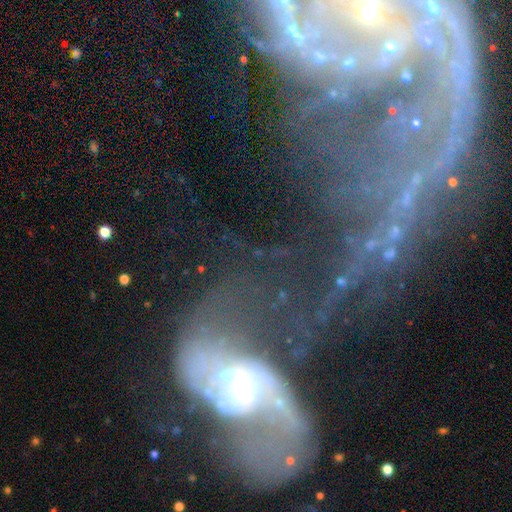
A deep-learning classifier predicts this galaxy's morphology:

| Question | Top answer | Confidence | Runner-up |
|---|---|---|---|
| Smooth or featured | featured or disk | 73% | star or artifact (14%) |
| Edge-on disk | no | 95% | yes (5%) |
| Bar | no | 45% | weak (36%) |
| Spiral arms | yes | 80% | no (20%) |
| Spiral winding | loose | 61% | medium (27%) |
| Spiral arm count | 2 | 74% | can't tell (11%) |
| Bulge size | small | 42% | moderate (41%) |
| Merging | merger | 35% | major disturbance (33%) |